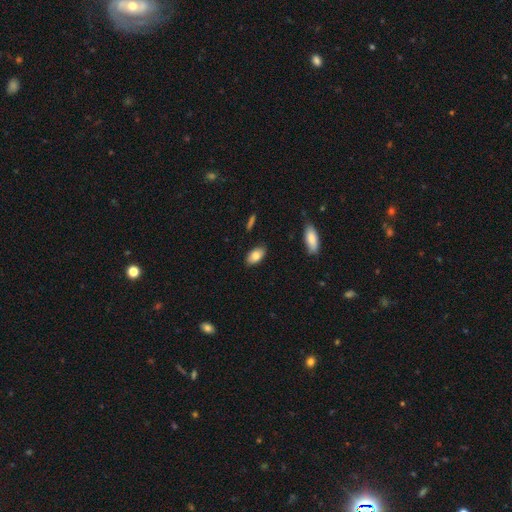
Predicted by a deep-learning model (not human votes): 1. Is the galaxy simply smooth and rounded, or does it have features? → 83% smooth, 11% featured or disk, 7% star or artifact.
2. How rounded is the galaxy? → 93% in between, 4% round, 3% cigar-shaped.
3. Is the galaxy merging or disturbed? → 86% none, 10% minor disturbance, 2% major disturbance, 1% merger.